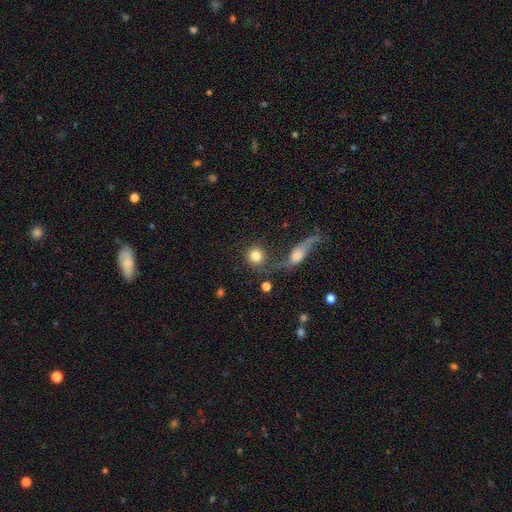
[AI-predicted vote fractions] Morphology: type=smooth (80%); roundness=round (91%); merging=none (58%).